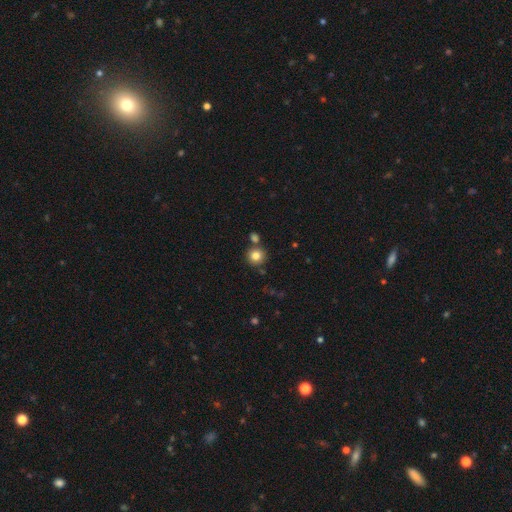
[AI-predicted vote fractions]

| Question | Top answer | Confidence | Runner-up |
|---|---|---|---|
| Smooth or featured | smooth | 82% | star or artifact (11%) |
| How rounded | round | 92% | in between (7%) |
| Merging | none | 76% | merger (13%) |